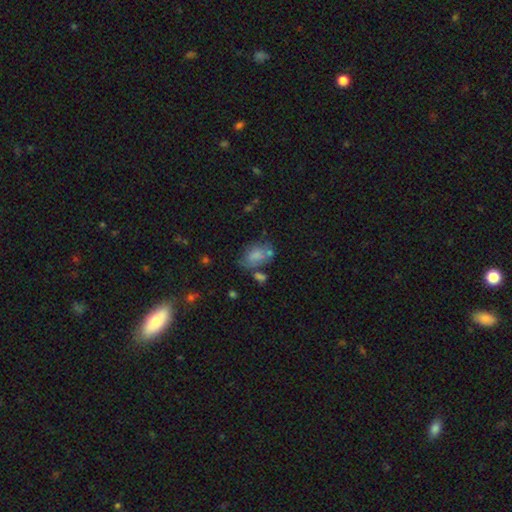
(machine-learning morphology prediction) A smooth galaxy with no disk features (70%) that is in between round and cigar-shaped (84%).

Vote fractions:
- Smooth or featured? smooth: 70% / featured or disk: 20% / star or artifact: 10%
- How rounded? in between: 84% / round: 14% / cigar-shaped: 2%
- Merging? none: 44% / minor disturbance: 24% / merger: 19% / major disturbance: 13%